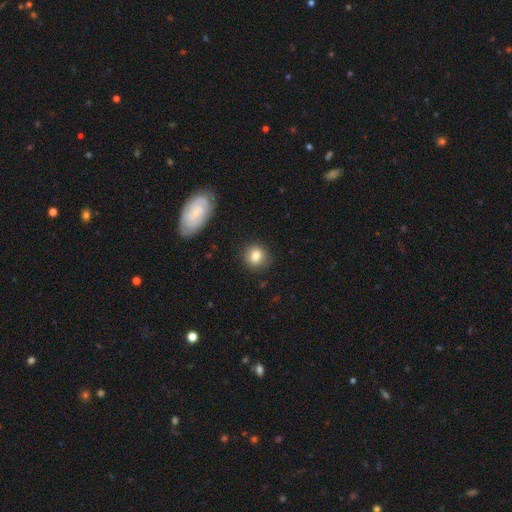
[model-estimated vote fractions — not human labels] Smooth or featured? Predicted: smooth (p=0.82). How rounded? Predicted: round (p=0.83). Merging? Predicted: none (p=0.86).